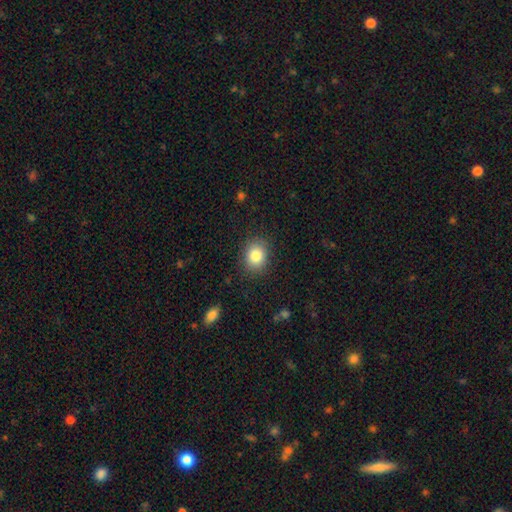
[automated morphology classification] Smooth or featured?
  - smooth: 84% *
  - star or artifact: 9%
  - featured or disk: 7%
How rounded?
  - round: 56% *
  - in between: 43%
  - cigar-shaped: 1%
Merging?
  - none: 85% *
  - minor disturbance: 10%
  - major disturbance: 3%
  - merger: 1%